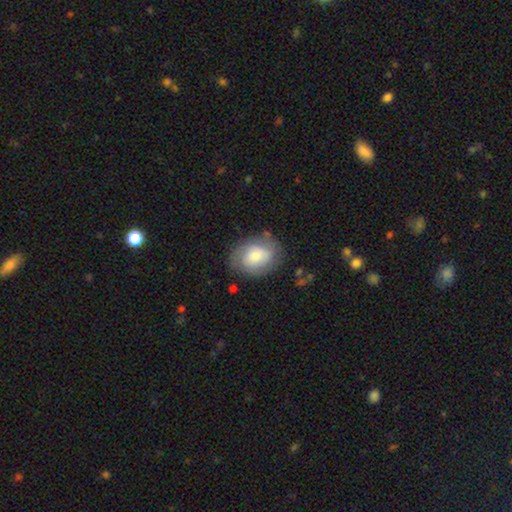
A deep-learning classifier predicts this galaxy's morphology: A smooth galaxy with no disk features (56%) that is in between round and cigar-shaped (65%).

Vote fractions:
- Smooth or featured? smooth: 56% / featured or disk: 37% / star or artifact: 7%
- How rounded? in between: 65% / round: 34% / cigar-shaped: 1%
- Merging? none: 72% / minor disturbance: 19% / major disturbance: 7% / merger: 2%